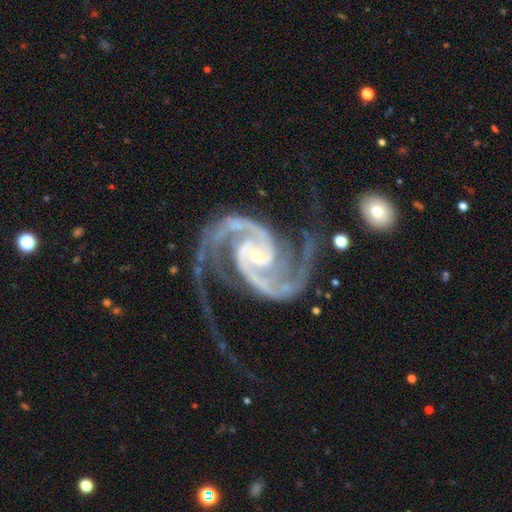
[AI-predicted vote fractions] smooth_or_featured: featured or disk (p=0.95) [alt: star or artifact p=0.03]
disk_edge_on: no (p=0.98) [alt: yes p=0.02]
bar: no (p=0.49) [alt: weak p=0.33]
has_spiral_arms: yes (p=0.99) [alt: no p=0.01]
spiral_winding: medium (p=0.59) [alt: tight p=0.25]
spiral_arm_count: 2 (p=0.90) [alt: 3 p=0.03]
bulge_size: small (p=0.71) [alt: moderate p=0.24]
merging: none (p=0.50) [alt: major disturbance p=0.26]